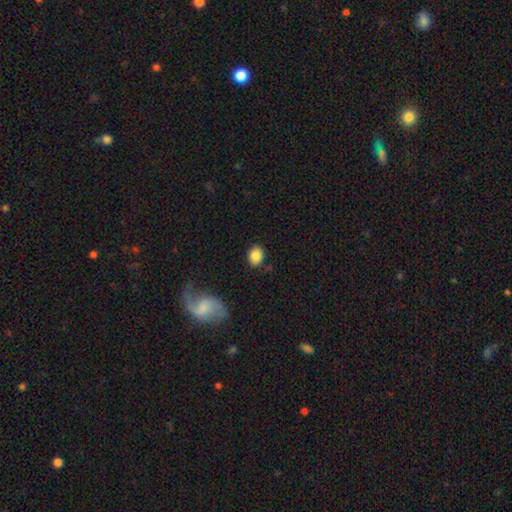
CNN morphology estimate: type=smooth (86%); roundness=in between (63%); merging=none (84%).